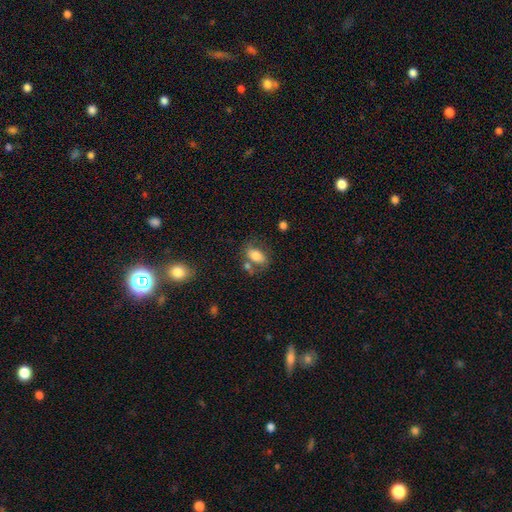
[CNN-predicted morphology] This is likely a smooth galaxy (75%). How rounded: clearly in between (88%). Merging: possibly none (51%).